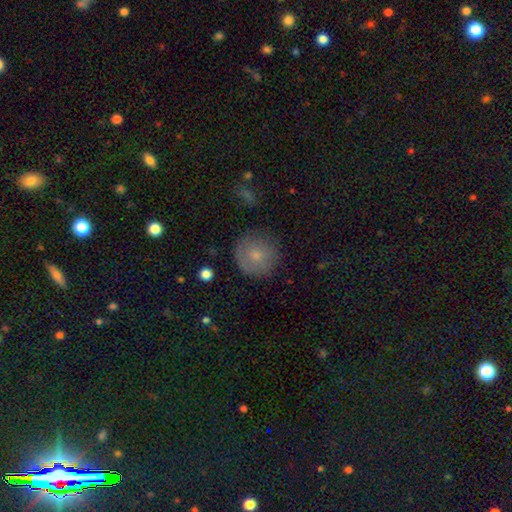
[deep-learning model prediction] A smooth galaxy with no disk features (73%) that is round (94%). Merging: none (80%).